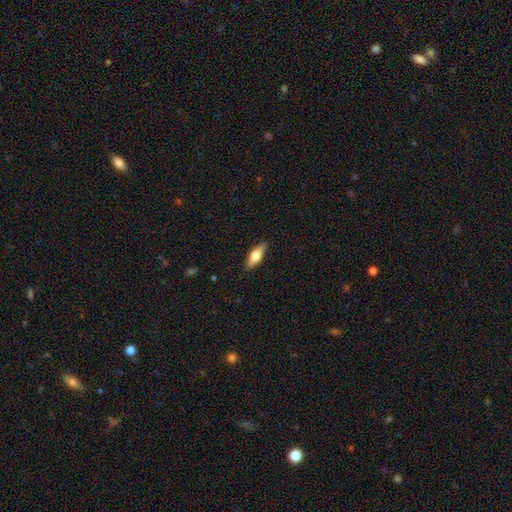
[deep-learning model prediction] smooth-or-featured: smooth: 64% | featured or disk: 30% | star or artifact: 6%
  how-rounded: in between: 62% | cigar-shaped: 36% | round: 2%
  merging: none: 88% | minor disturbance: 9% | major disturbance: 2% | merger: 1%